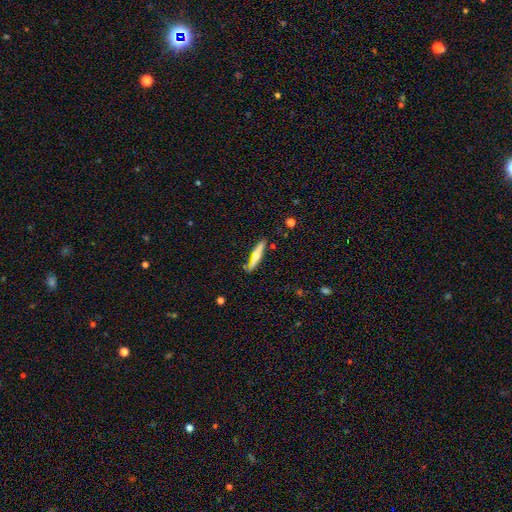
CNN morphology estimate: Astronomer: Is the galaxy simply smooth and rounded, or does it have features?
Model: smooth — 48% (runner-up: featured or disk, 46%).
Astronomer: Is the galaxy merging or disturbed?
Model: none — 80%.